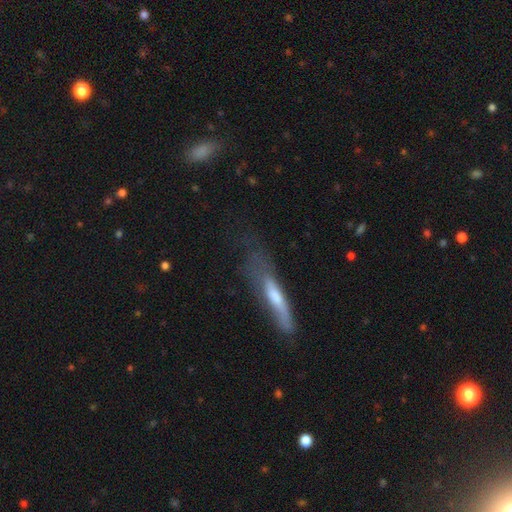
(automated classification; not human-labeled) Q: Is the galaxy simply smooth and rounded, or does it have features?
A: featured or disk — 51%.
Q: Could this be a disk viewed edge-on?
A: yes — 72%.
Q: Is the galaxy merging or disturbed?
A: none — 56%.